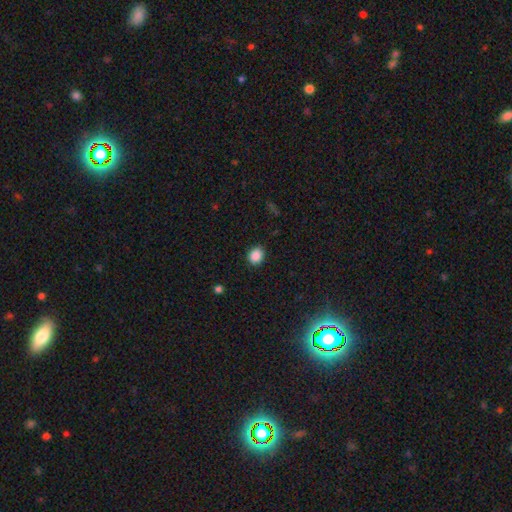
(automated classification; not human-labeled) smooth-or-featured: smooth: 87% | star or artifact: 10% | featured or disk: 3%
  how-rounded: round: 64% | in between: 35% | cigar-shaped: 1%
  merging: none: 87% | minor disturbance: 9% | major disturbance: 2% | merger: 1%